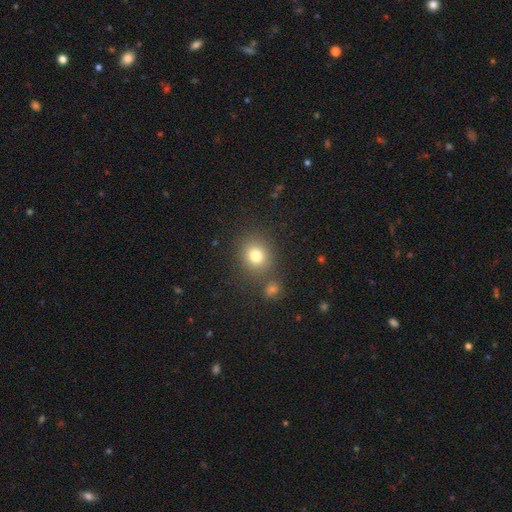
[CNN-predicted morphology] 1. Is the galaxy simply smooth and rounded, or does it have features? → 78% smooth, 13% star or artifact, 8% featured or disk.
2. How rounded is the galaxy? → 78% round, 21% in between, 1% cigar-shaped.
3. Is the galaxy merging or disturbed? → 78% none, 9% merger, 9% minor disturbance, 4% major disturbance.